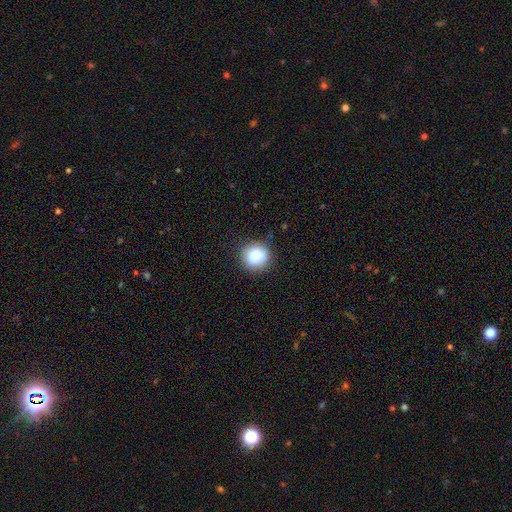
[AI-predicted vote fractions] Smooth or featured? Predicted: smooth (p=0.84). How rounded? Predicted: round (p=0.90). Merging? Predicted: none (p=0.84).